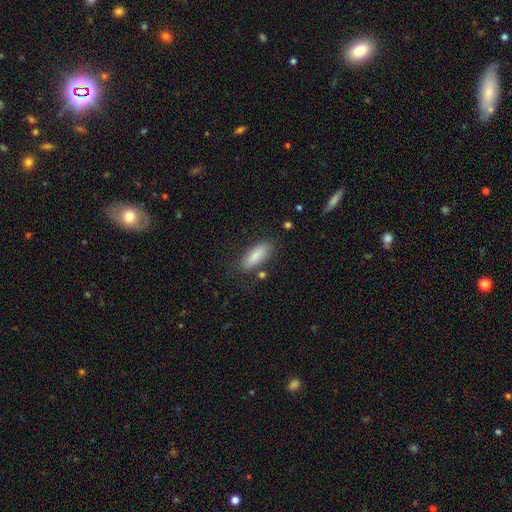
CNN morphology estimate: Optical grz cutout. It shows a smooth galaxy with no disk features (85%) that is in between round and cigar-shaped (72%). Merging: none (79%).